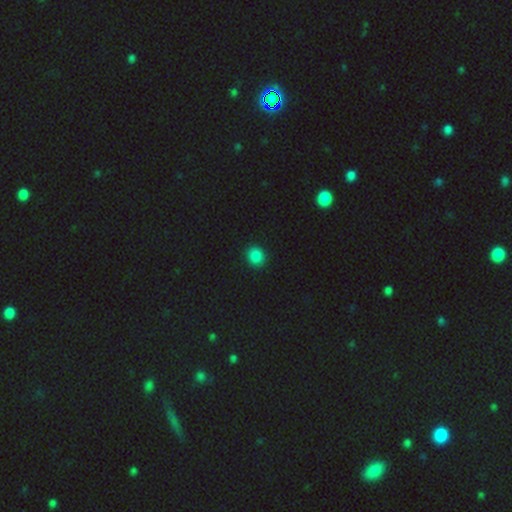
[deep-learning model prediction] The model was most divided on "how rounded": round: 82%, in between: 17%, cigar-shaped: 1%. More confident: merging — none (91%); smooth or featured — smooth (85%).